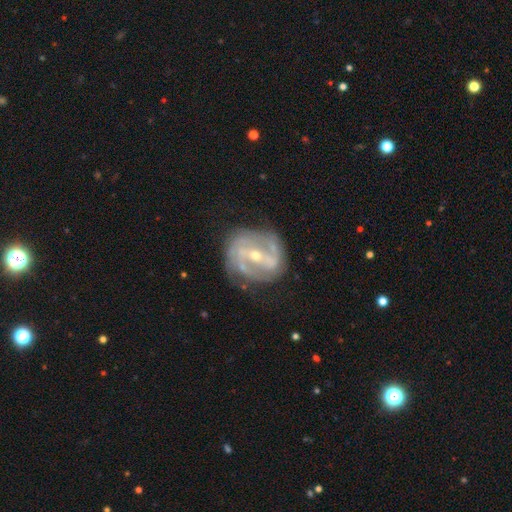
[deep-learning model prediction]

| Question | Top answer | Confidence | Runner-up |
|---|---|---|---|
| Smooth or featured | featured or disk | 86% | smooth (8%) |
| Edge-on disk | no | 96% | yes (4%) |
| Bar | strong | 54% | weak (33%) |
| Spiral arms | yes | 89% | no (11%) |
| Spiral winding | medium | 43% | tight (40%) |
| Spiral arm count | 2 | 63% | can't tell (17%) |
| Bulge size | small | 57% | moderate (41%) |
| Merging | none | 70% | minor disturbance (19%) |